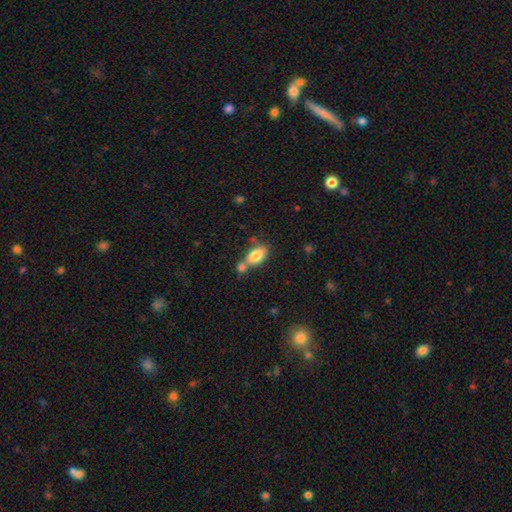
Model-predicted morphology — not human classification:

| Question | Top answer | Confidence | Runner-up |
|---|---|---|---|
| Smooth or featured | smooth | 80% | featured or disk (12%) |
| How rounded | in between | 87% | round (9%) |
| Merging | none | 43% | merger (40%) |